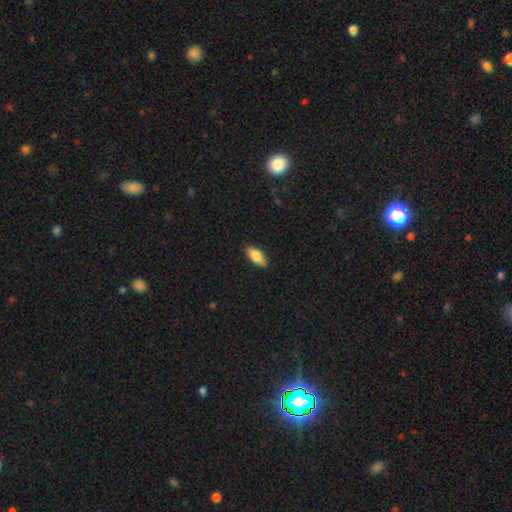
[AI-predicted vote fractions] smooth_or_featured: smooth (p=0.76) [alt: featured or disk p=0.18]
how_rounded: in between (p=0.75) [alt: cigar-shaped p=0.22]
merging: none (p=0.87) [alt: minor disturbance p=0.10]